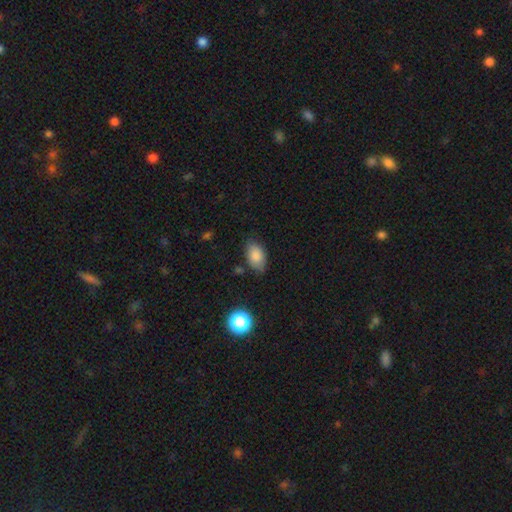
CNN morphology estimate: smooth-or-featured: smooth: 84% | star or artifact: 9% | featured or disk: 7%
  how-rounded: in between: 89% | round: 10% | cigar-shaped: 2%
  merging: none: 73% | minor disturbance: 21% | major disturbance: 4% | merger: 2%